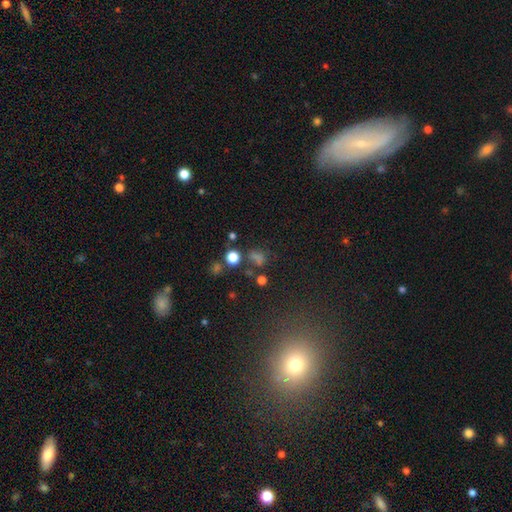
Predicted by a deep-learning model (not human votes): Smooth or featured?
  - smooth: 46% *
  - star or artifact: 44%
  - featured or disk: 10%
Merging?
  - none: 67% *
  - minor disturbance: 13%
  - merger: 12%
  - major disturbance: 8%